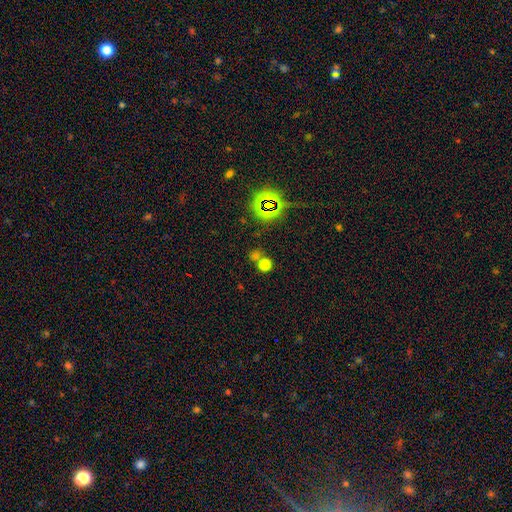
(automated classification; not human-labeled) This is possibly a star or artifact rather than a galaxy (56%).